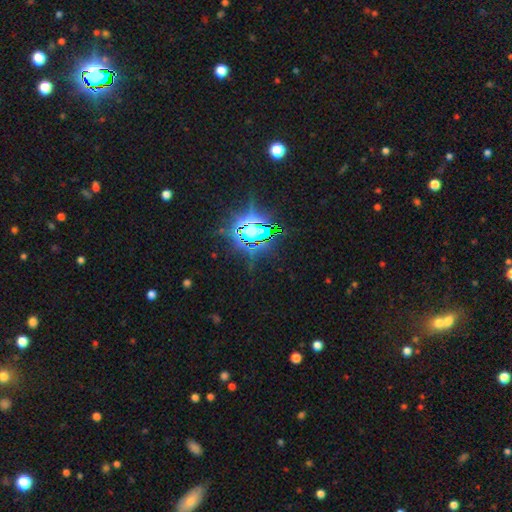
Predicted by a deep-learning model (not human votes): This is clearly a star or artifact rather than a galaxy (84%).